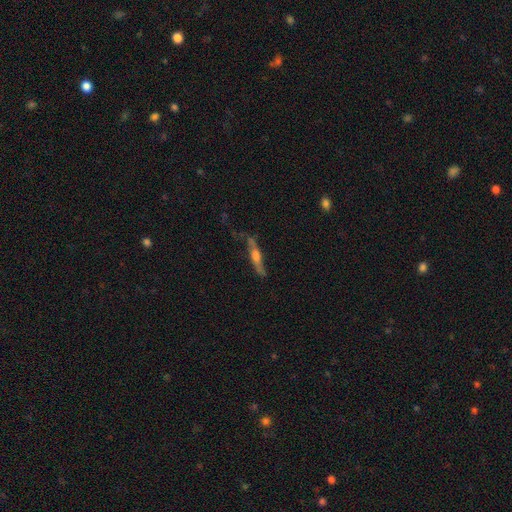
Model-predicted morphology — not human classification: This is likely a featured or disk galaxy (64%). It is clearly viewed edge-on (82%). Edge-on bulge: likely rounded (72%). Merging: likely none (62%).